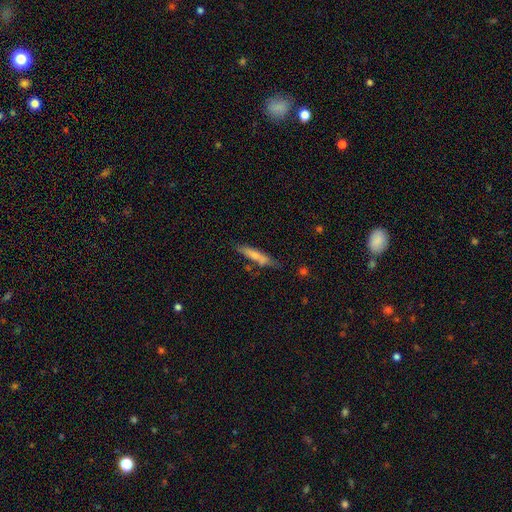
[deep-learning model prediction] A smooth galaxy with no disk features (67%) that is cigar-shaped (85%). Merging: none (66%).